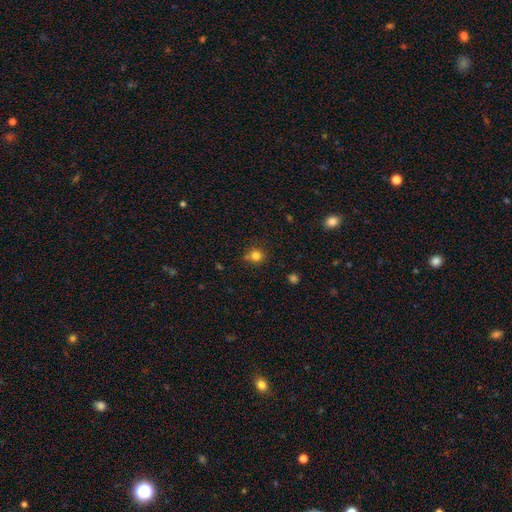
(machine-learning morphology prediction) smooth-or-featured: smooth: 80% | star or artifact: 14% | featured or disk: 6%
  how-rounded: round: 89% | in between: 10% | cigar-shaped: 1%
  merging: none: 70% | minor disturbance: 16% | merger: 10% | major disturbance: 4%